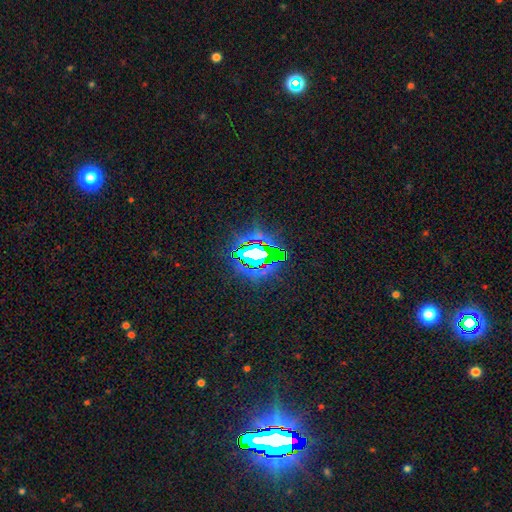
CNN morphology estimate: The model was most divided on "smooth or featured": star or artifact: 76%, smooth: 12%, featured or disk: 12%.